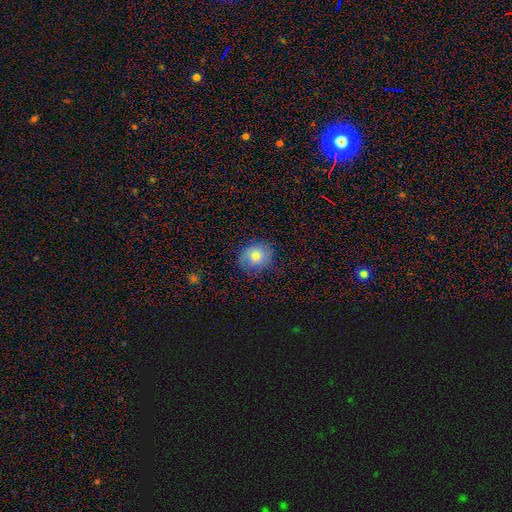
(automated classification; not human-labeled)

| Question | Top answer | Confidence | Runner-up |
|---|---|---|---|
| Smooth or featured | smooth | 78% | featured or disk (12%) |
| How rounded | round | 71% | in between (28%) |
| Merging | none | 82% | minor disturbance (14%) |